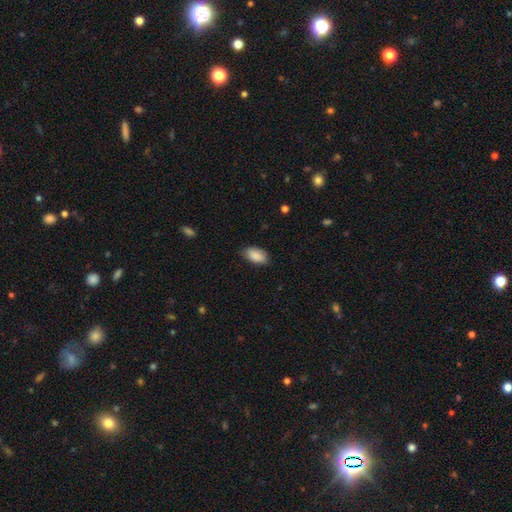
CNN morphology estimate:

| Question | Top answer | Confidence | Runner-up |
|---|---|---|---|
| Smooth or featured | smooth | 89% | star or artifact (6%) |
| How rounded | in between | 94% | round (4%) |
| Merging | none | 79% | minor disturbance (17%) |